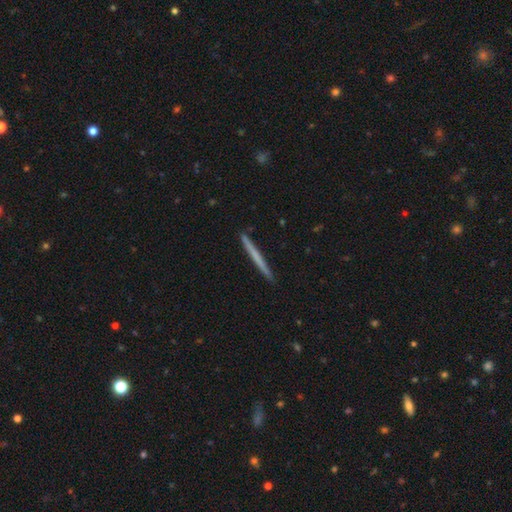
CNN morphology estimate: A smooth galaxy with no disk features (53%) that is cigar-shaped (97%).

Vote fractions:
- Smooth or featured? smooth: 53% / featured or disk: 42% / star or artifact: 5%
- How rounded? cigar-shaped: 97% / in between: 1% / round: 1%
- Merging? none: 92% / minor disturbance: 6% / major disturbance: 1% / merger: 1%